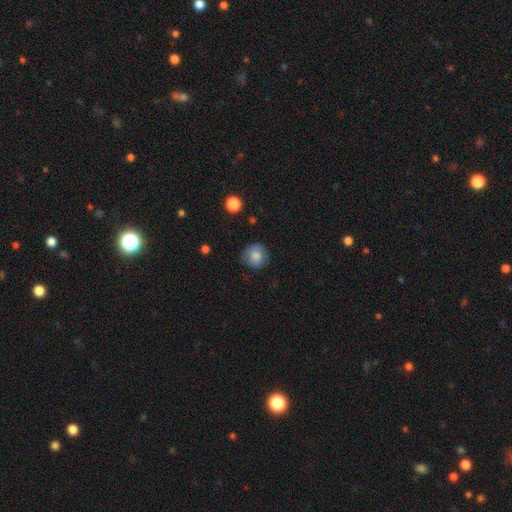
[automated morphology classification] smooth_or_featured: smooth (p=0.79) [alt: featured or disk p=0.12]
how_rounded: round (p=0.90) [alt: in between p=0.09]
merging: none (p=0.77) [alt: minor disturbance p=0.17]